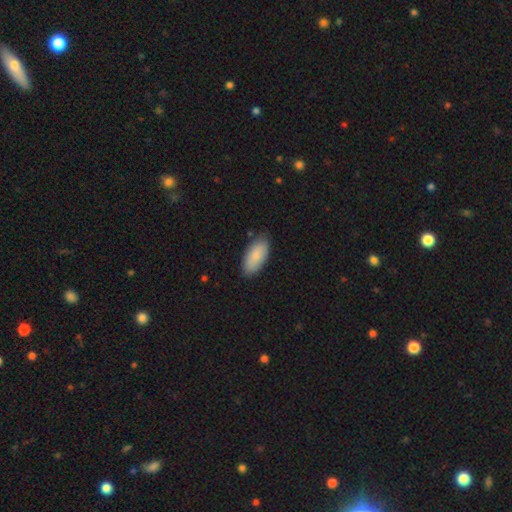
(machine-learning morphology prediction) Smooth or featured? smooth (85%)
How rounded? in between (91%)
Merging? none (83%)